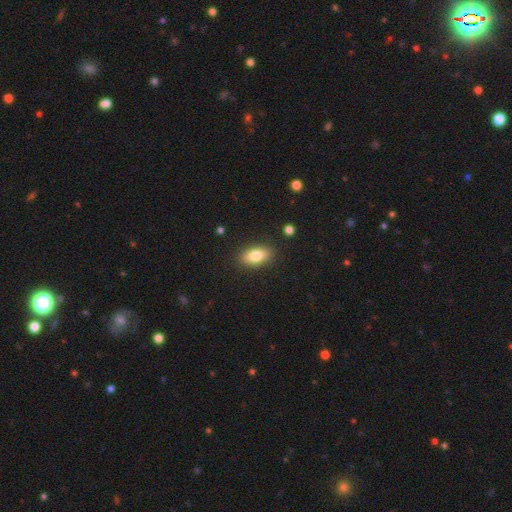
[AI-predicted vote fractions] A smooth galaxy with no disk features (80%) that is in between round and cigar-shaped (87%). Merging: none (88%).